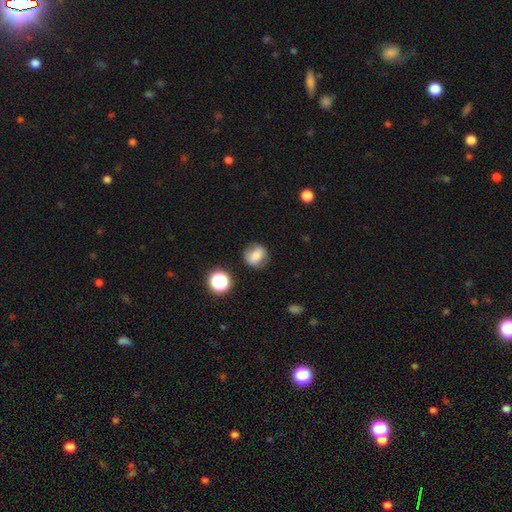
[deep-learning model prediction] This is likely a smooth galaxy (72%). How rounded: likely round (74%). Merging: likely none (74%).